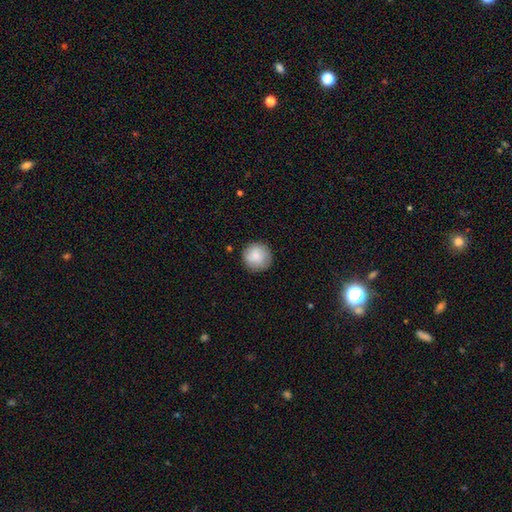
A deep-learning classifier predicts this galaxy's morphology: A smooth galaxy with no disk features (82%) that is round (94%).

Vote fractions:
- Smooth or featured? smooth: 82% / featured or disk: 12% / star or artifact: 7%
- How rounded? round: 94% / in between: 5% / cigar-shaped: 1%
- Merging? none: 85% / minor disturbance: 11% / major disturbance: 3% / merger: 1%